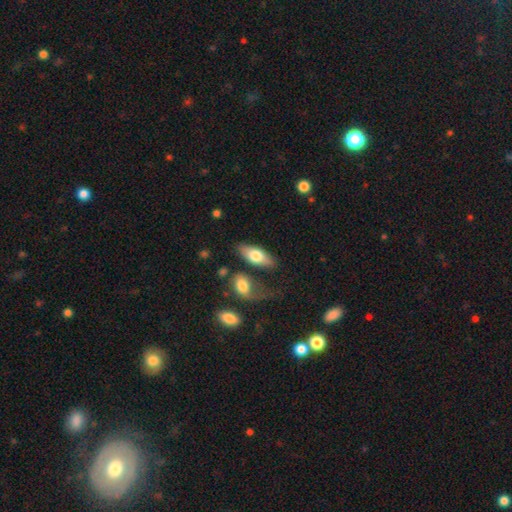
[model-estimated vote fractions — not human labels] Smooth or featured? smooth (69%)
How rounded? in between (84%)
Merging? none (68%)